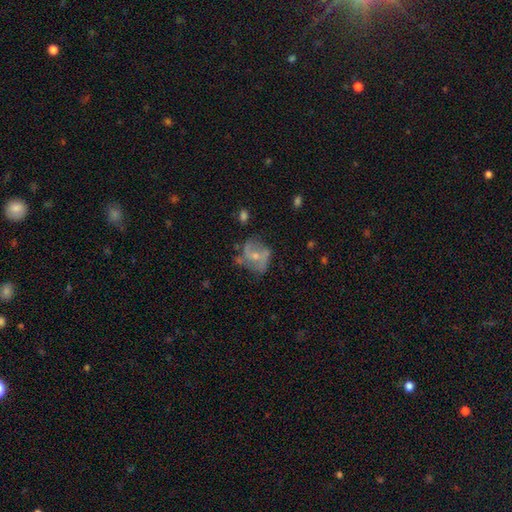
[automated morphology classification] This is likely a featured or disk galaxy (63%). It is clearly not viewed edge-on (97%). Bar: possibly no (58%). Spiral arm pattern: likely yes (70%). Central bulge: possibly small (52%). Merging: possibly none (51%).